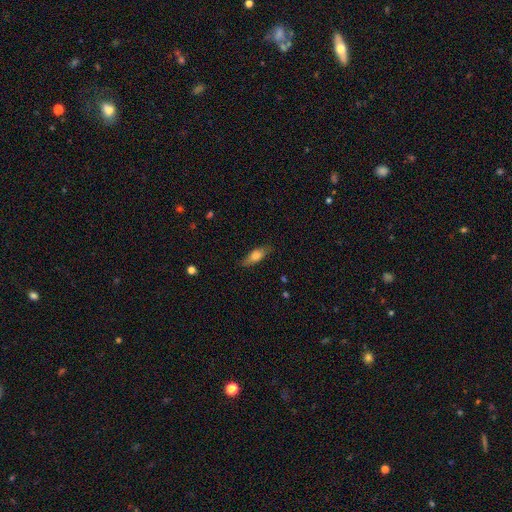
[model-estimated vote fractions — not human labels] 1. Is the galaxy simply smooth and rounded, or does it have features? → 71% smooth, 22% featured or disk, 7% star or artifact.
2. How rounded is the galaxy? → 63% in between, 34% cigar-shaped, 3% round.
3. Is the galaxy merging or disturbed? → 81% none, 15% minor disturbance, 3% major disturbance, 1% merger.